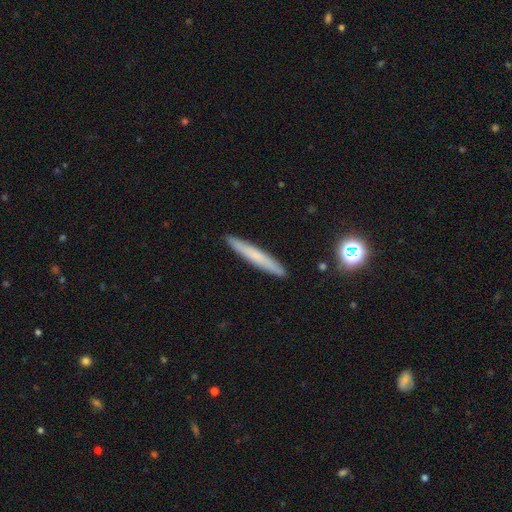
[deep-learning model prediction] Q: Smooth or featured?
A: smooth (64%); runner-up: featured or disk (29%)
Q: How rounded?
A: cigar-shaped (96%); runner-up: in between (3%)
Q: Merging?
A: none (91%); runner-up: minor disturbance (6%)